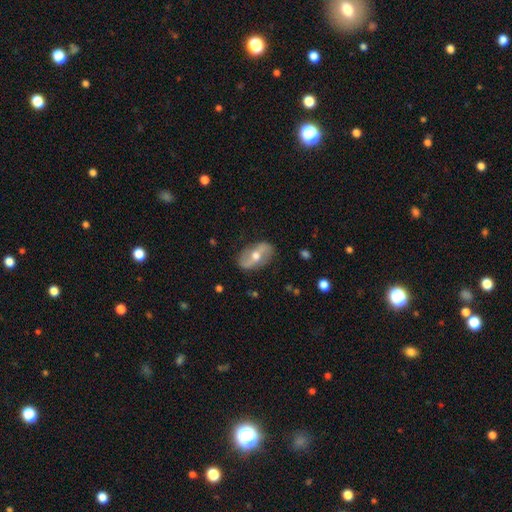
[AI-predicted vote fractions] Overall: featured or disk (63%; smooth 30%). Edge-on disk: no (89%). Bar: no (37%; weak 33%). Spiral arms: yes (70%; no 30%). Bulge size: moderate (75%). Merging: none (83%).